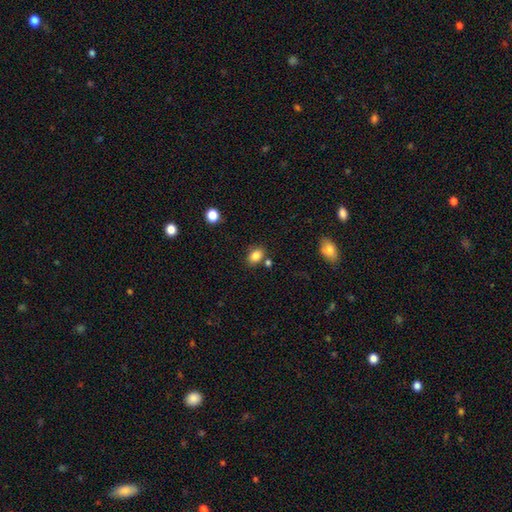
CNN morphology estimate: Q: Smooth or featured?
A: smooth (84%); runner-up: star or artifact (10%)
Q: How rounded?
A: in between (73%); runner-up: round (25%)
Q: Merging?
A: none (75%); runner-up: minor disturbance (12%)